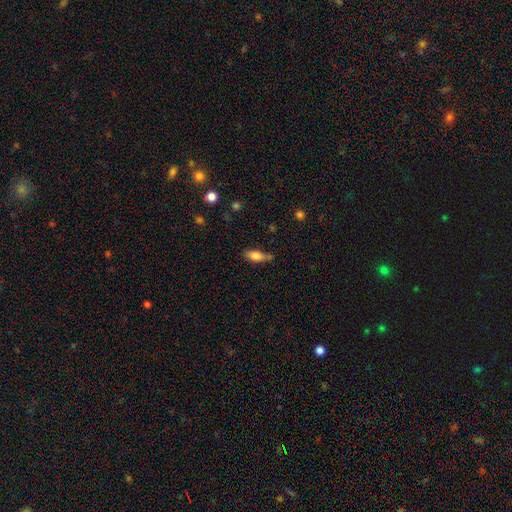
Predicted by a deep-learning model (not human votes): smooth-or-featured: smooth: 76% | featured or disk: 16% | star or artifact: 8%
  how-rounded: in between: 76% | cigar-shaped: 20% | round: 3%
  merging: none: 59% | minor disturbance: 28% | major disturbance: 7% | merger: 6%